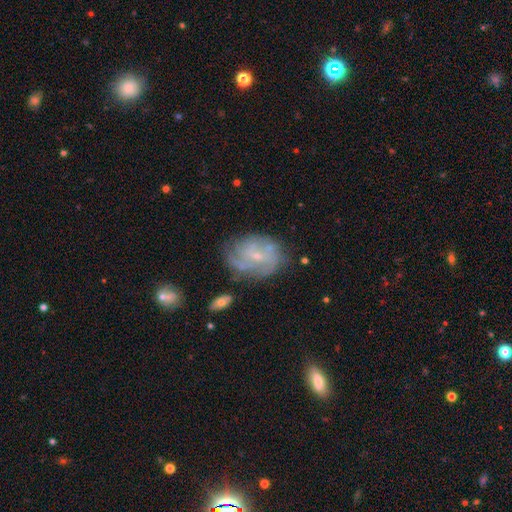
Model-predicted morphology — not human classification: A featured or disk galaxy (73%) with no bar (59%), tight (48%) spiral arms (84%) and a small central bulge (76%).

Vote fractions:
- Smooth or featured? featured or disk: 73% / smooth: 19% / star or artifact: 9%
- Edge-on disk? no: 97% / yes: 3%
- Bar? no: 59% / weak: 35% / strong: 6%
- Spiral arms? yes: 84% / no: 16%
- Spiral winding? tight: 48% / medium: 36% / loose: 16%
- Spiral arm count? can't tell: 44% / 3: 18% / 2: 17% / 4: 10% / 1: 5% / more than 4: 5%
- Bulge size? small: 76% / moderate: 17% / none: 5% / large: 1% / dominant: 1%
- Merging? none: 61% / minor disturbance: 23% / major disturbance: 12% / merger: 5%